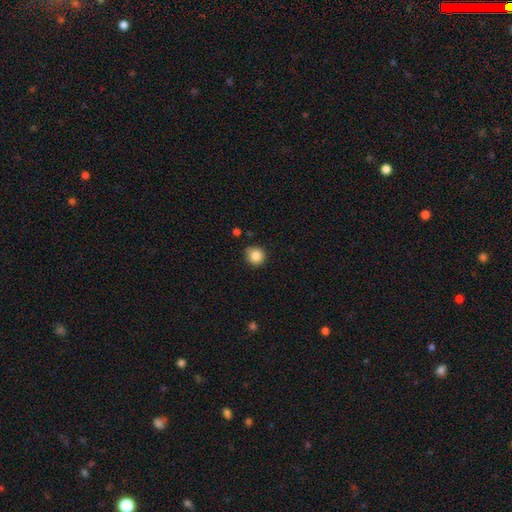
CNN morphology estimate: Overall: smooth (85%). How rounded: round (93%). Merging: none (82%).